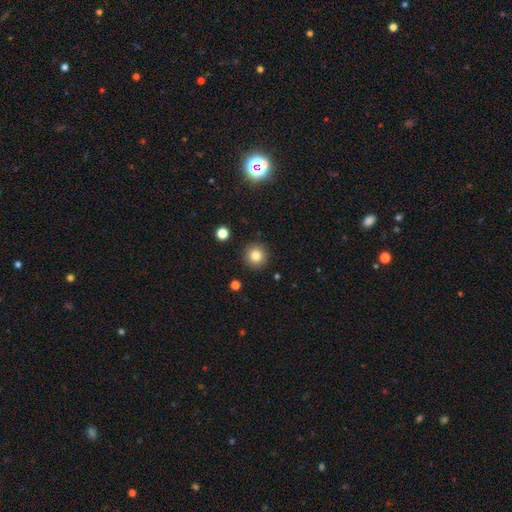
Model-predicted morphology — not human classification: smooth_or_featured: smooth (p=0.82) [alt: star or artifact p=0.11]
how_rounded: round (p=0.95) [alt: in between p=0.05]
merging: none (p=0.91) [alt: minor disturbance p=0.06]